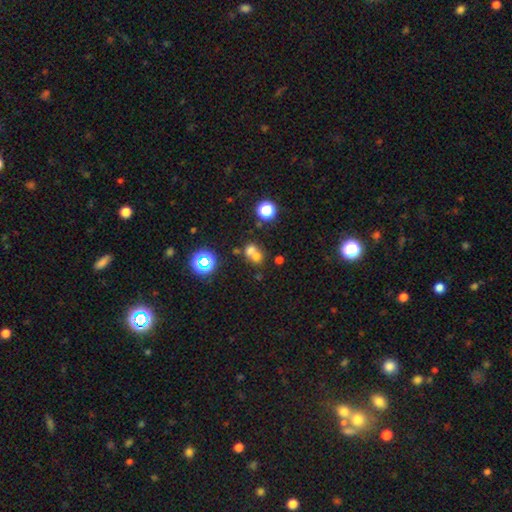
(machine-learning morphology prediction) Smooth or featured? Predicted: smooth (p=0.62). How rounded? Predicted: round (p=0.72). Merging? Predicted: merger (p=0.58).